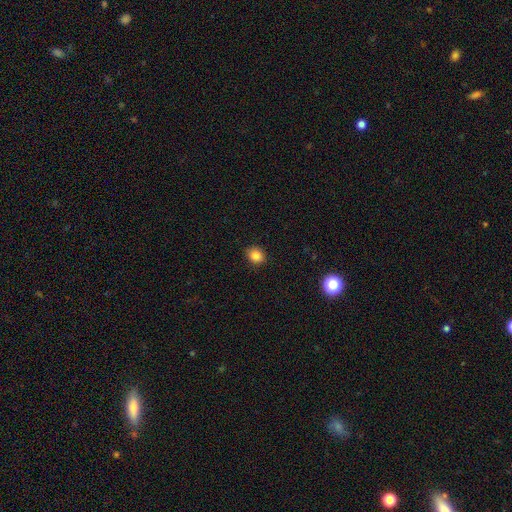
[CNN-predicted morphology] Smooth or featured? Predicted: smooth (p=0.85). How rounded? Predicted: round (p=0.66). Merging? Predicted: none (p=0.89).